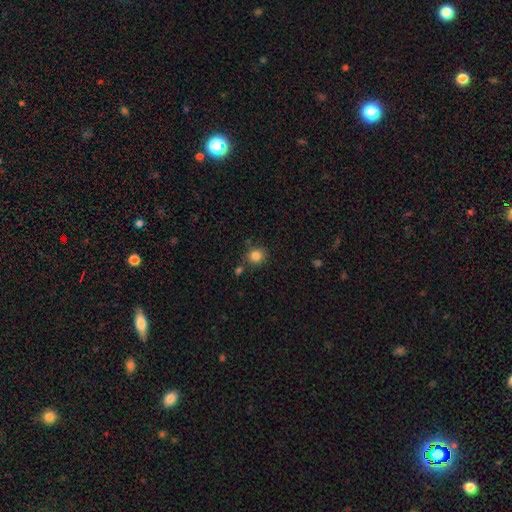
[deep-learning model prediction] Smooth or featured?
  - smooth: 85% *
  - star or artifact: 10%
  - featured or disk: 5%
How rounded?
  - round: 83% *
  - in between: 17%
  - cigar-shaped: 1%
Merging?
  - none: 79% *
  - minor disturbance: 10%
  - merger: 7%
  - major disturbance: 3%